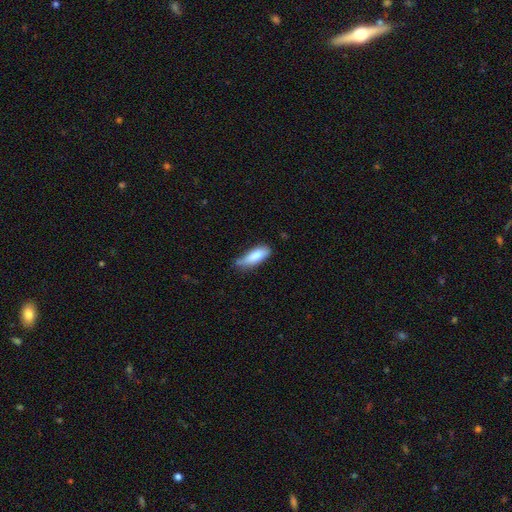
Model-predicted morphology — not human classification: Smooth or featured? smooth (82%)
How rounded? in between (57%)
Merging? none (46%)